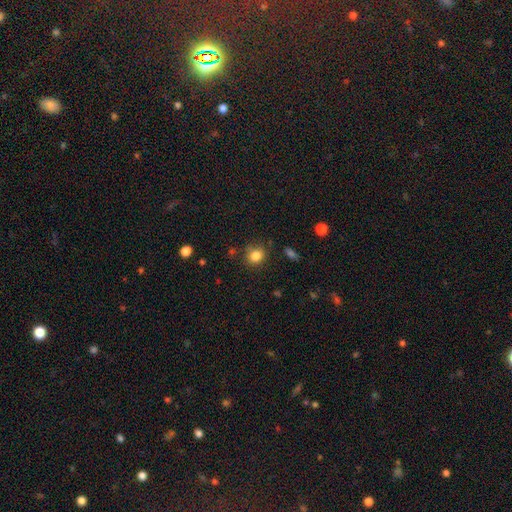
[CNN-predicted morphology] Overall: smooth (84%). How rounded: round (65%; in between 34%). Merging: none (79%).